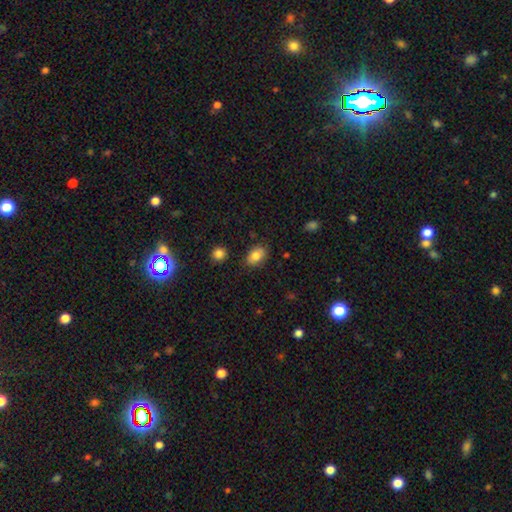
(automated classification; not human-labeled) Smooth or featured?
  - smooth: 83% *
  - featured or disk: 9%
  - star or artifact: 8%
How rounded?
  - in between: 84% *
  - round: 15%
  - cigar-shaped: 1%
Merging?
  - none: 79% *
  - minor disturbance: 15%
  - major disturbance: 3%
  - merger: 3%